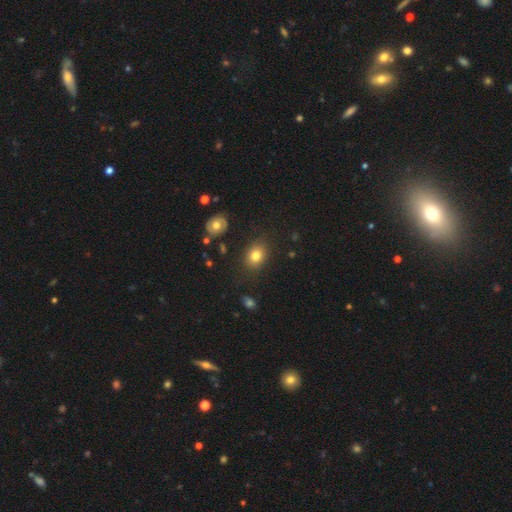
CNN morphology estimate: This is likely a smooth galaxy (79%). How rounded: possibly in between (55%). Merging: clearly none (81%).